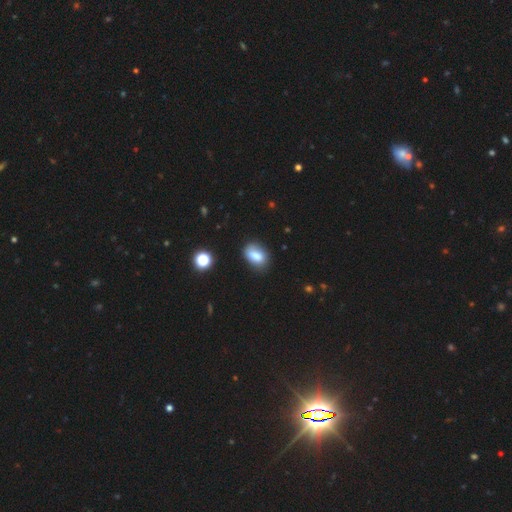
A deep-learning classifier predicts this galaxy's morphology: Smooth or featured? Predicted: smooth (p=0.79). How rounded? Predicted: in between (p=0.83). Merging? Predicted: none (p=0.70).